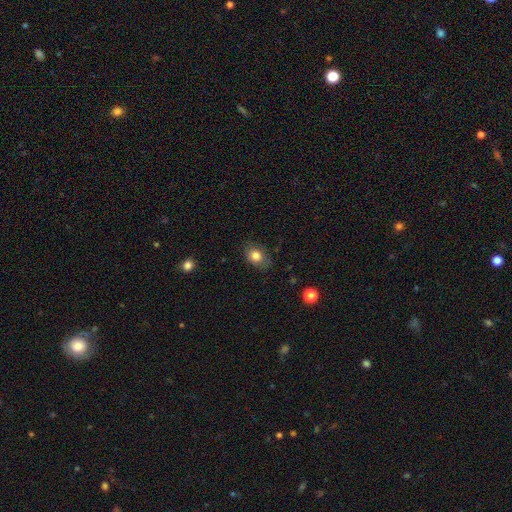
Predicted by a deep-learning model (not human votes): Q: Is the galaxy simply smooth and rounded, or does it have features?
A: smooth — 81%.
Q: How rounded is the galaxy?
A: in between — 66%.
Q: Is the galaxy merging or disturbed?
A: none — 76%.